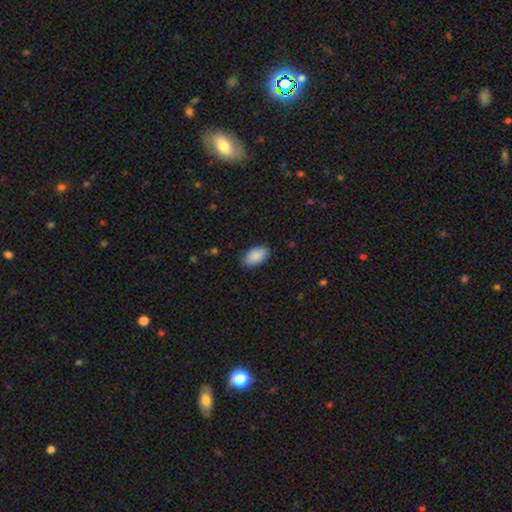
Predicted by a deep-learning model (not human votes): A smooth galaxy with no disk features (89%) that is in between round and cigar-shaped (94%). Merging: none (86%).